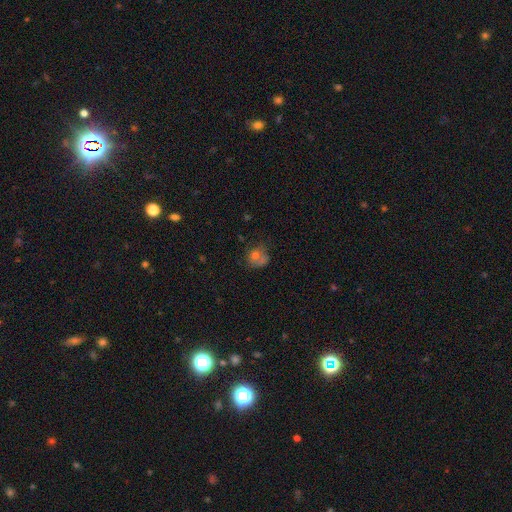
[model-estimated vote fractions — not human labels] Q: Smooth or featured?
A: smooth (63%); runner-up: featured or disk (24%)
Q: How rounded?
A: round (71%); runner-up: in between (27%)
Q: Merging?
A: none (40%); runner-up: merger (22%)